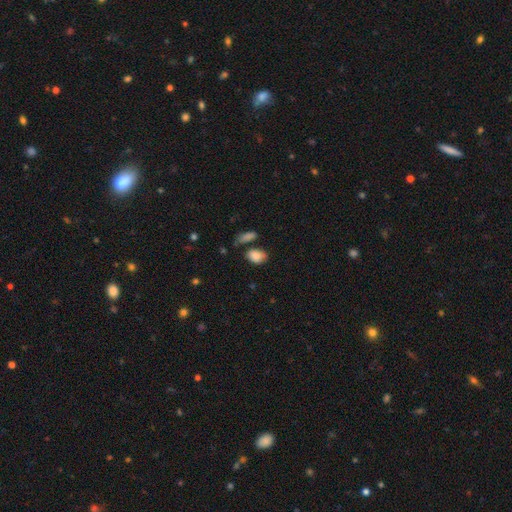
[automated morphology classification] smooth-or-featured: smooth: 85% | star or artifact: 9% | featured or disk: 7%
  how-rounded: in between: 80% | round: 19% | cigar-shaped: 2%
  merging: none: 56% | minor disturbance: 24% | merger: 12% | major disturbance: 8%